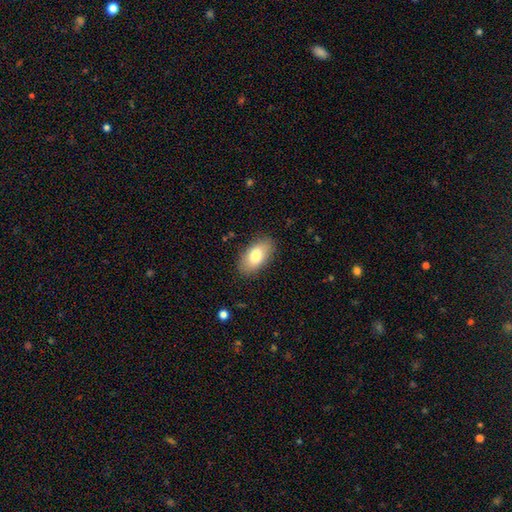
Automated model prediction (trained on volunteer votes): Q: Smooth or featured?
A: smooth (80%); runner-up: featured or disk (14%)
Q: How rounded?
A: in between (93%); runner-up: round (4%)
Q: Merging?
A: none (86%); runner-up: minor disturbance (11%)